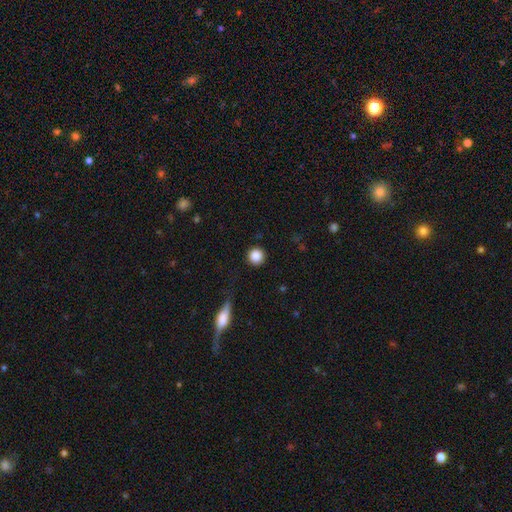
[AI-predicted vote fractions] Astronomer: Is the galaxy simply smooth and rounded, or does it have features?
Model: smooth — 86%.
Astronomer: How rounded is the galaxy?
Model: round — 95%.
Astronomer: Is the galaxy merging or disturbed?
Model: none — 90%.